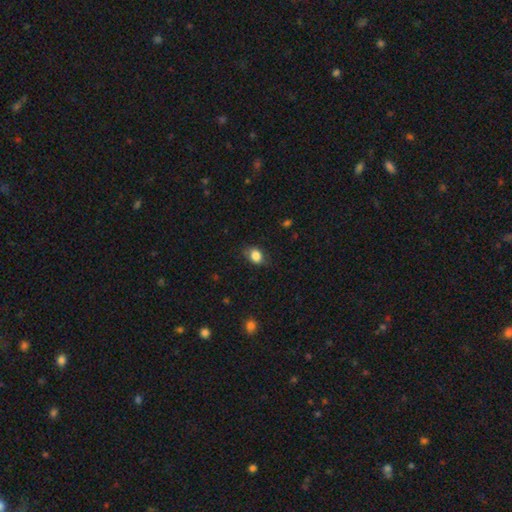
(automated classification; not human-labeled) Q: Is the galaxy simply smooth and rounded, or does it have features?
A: smooth — 85%.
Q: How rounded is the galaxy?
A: in between — 69%.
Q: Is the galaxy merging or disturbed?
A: none — 76%.